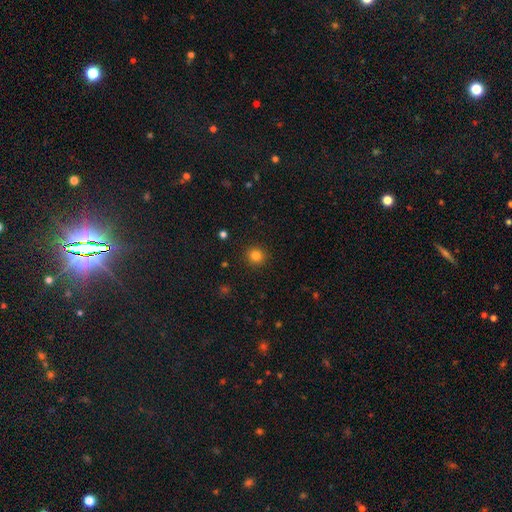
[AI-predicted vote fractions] smooth-or-featured: smooth: 82% | star or artifact: 13% | featured or disk: 5%
  how-rounded: round: 91% | in between: 8% | cigar-shaped: 1%
  merging: none: 91% | minor disturbance: 6% | major disturbance: 2% | merger: 1%